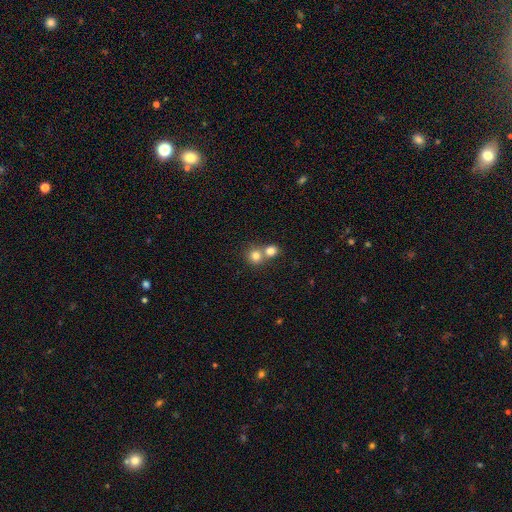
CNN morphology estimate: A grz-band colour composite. It shows a smooth galaxy with no disk features (79%) that is round (86%). Merging: merger (51%).